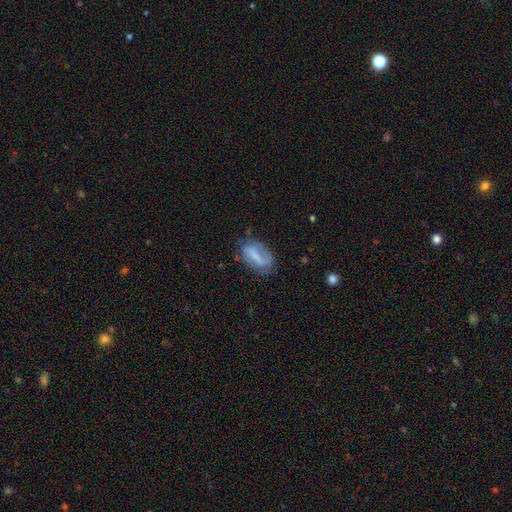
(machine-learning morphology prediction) Overall: featured or disk (48%; smooth 43%). Merging: none (58%; minor disturbance 26%).